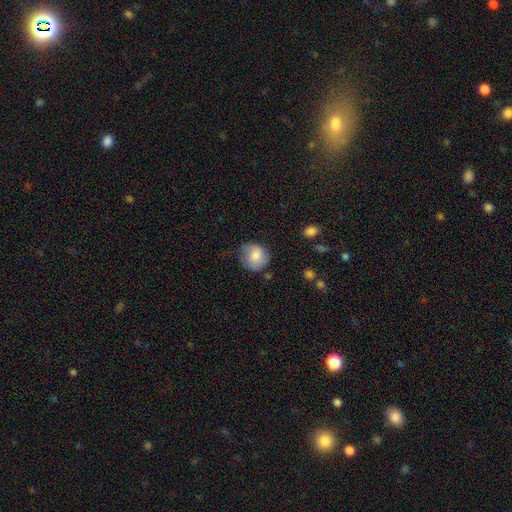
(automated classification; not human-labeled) This appears to be a smooth galaxy with no disk features (78%) that is round (84%). Merging: none (67%).